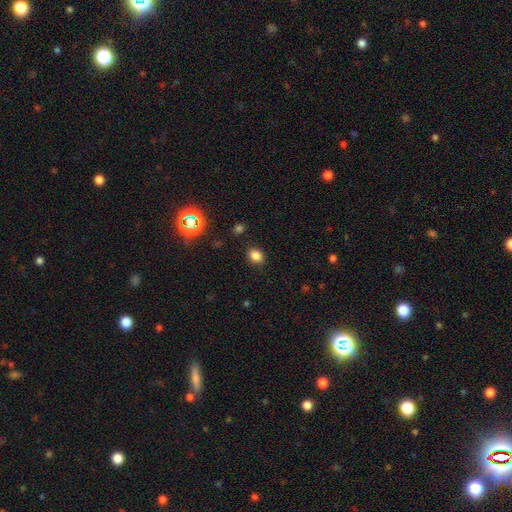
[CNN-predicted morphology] Smooth or featured? smooth (81%)
How rounded? in between (50%)
Merging? none (87%)